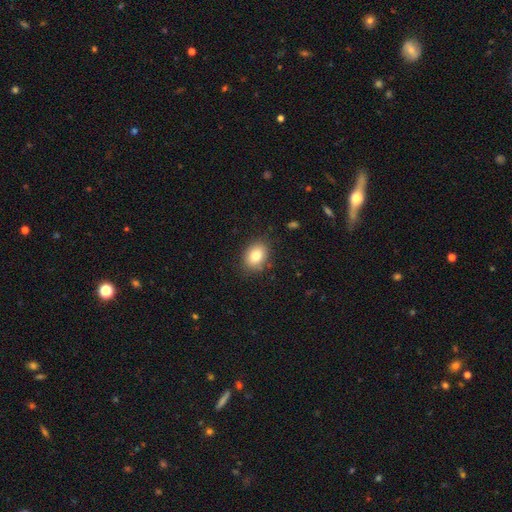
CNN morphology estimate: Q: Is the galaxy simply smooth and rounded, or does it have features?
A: smooth — 83%.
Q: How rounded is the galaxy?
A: in between — 69%.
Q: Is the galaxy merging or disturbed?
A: none — 84%.